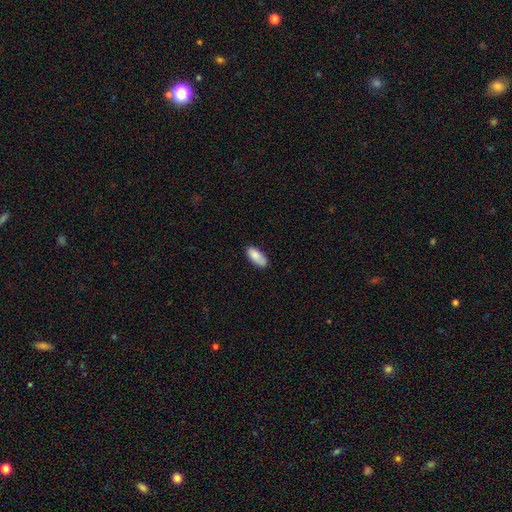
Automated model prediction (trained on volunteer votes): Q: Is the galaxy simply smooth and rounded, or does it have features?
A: smooth — 86%.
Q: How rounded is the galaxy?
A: in between — 86%.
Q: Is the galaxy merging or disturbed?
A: none — 76%.